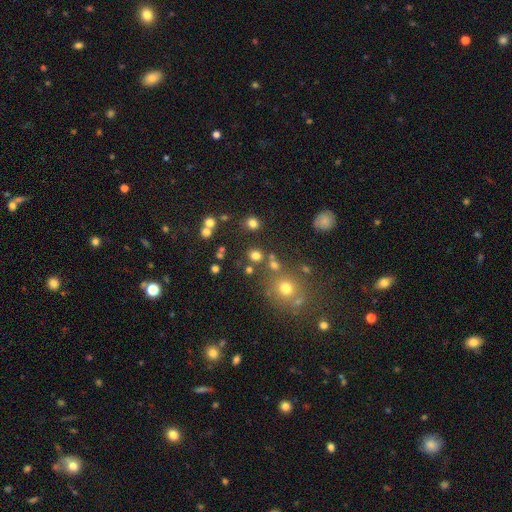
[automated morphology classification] This appears to be a smooth galaxy with no disk features (73%) that is round (85%). Merging: none (78%).